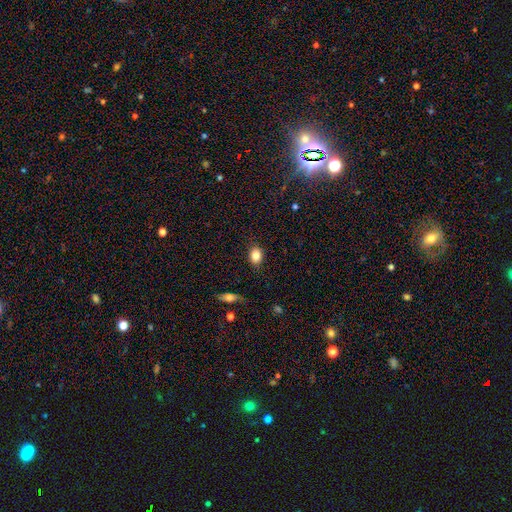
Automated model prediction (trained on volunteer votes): Q: Smooth or featured?
A: smooth (84%); runner-up: star or artifact (9%)
Q: How rounded?
A: in between (68%); runner-up: round (30%)
Q: Merging?
A: none (86%); runner-up: minor disturbance (10%)